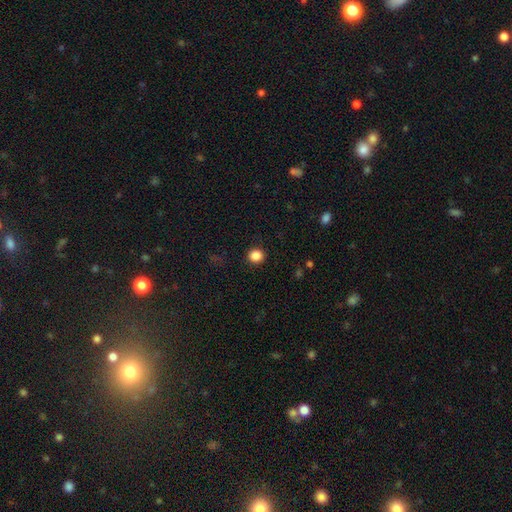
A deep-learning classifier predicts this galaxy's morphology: Overall: smooth (86%). How rounded: round (87%). Merging: none (91%).